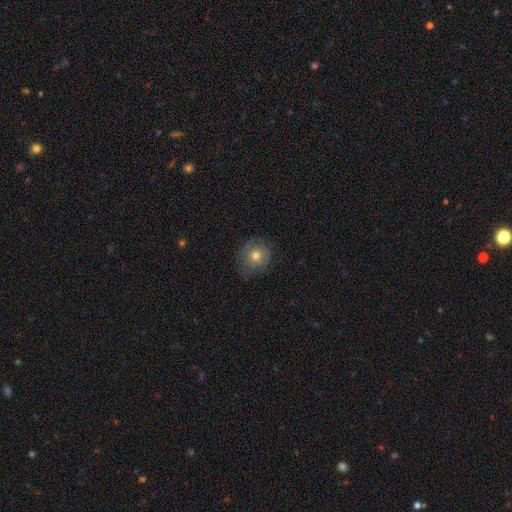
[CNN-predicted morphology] A smooth galaxy with no disk features (70%) that is round (88%). Merging: none (73%).